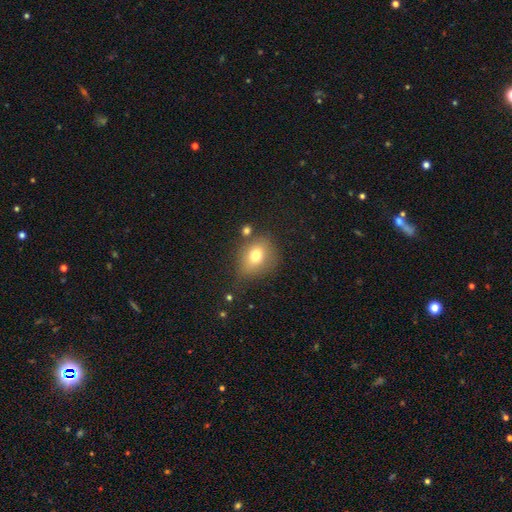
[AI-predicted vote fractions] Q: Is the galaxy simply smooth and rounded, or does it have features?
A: smooth — 73%.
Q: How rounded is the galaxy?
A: in between — 50%.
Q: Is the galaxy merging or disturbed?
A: none — 65%.